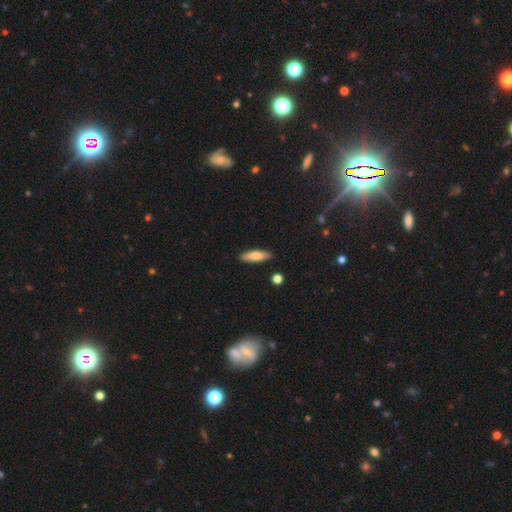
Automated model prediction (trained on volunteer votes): A smooth galaxy with no disk features (78%) that is cigar-shaped (60%).

Vote fractions:
- Smooth or featured? smooth: 78% / featured or disk: 16% / star or artifact: 6%
- How rounded? cigar-shaped: 60% / in between: 38% / round: 2%
- Merging? none: 88% / minor disturbance: 9% / merger: 2% / major disturbance: 2%